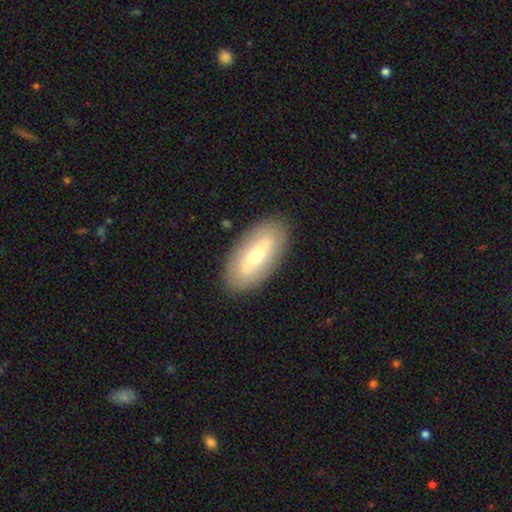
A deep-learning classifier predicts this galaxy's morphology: smooth-or-featured: smooth: 49% | featured or disk: 43% | star or artifact: 8%
  merging: none: 89% | minor disturbance: 8% | major disturbance: 2% | merger: 1%